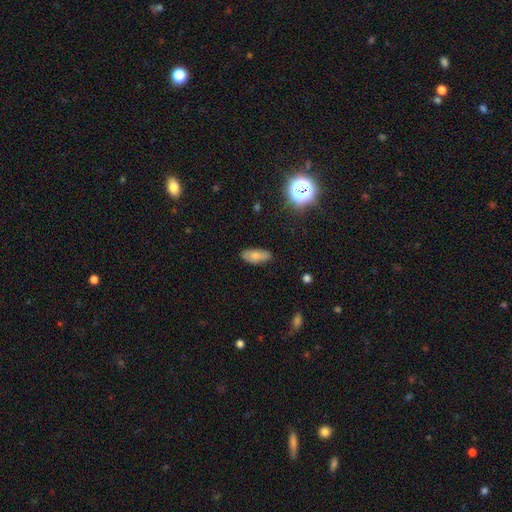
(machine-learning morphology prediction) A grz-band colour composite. It shows a smooth galaxy with no disk features (75%) that is in between round and cigar-shaped (85%). Merging: none (83%).